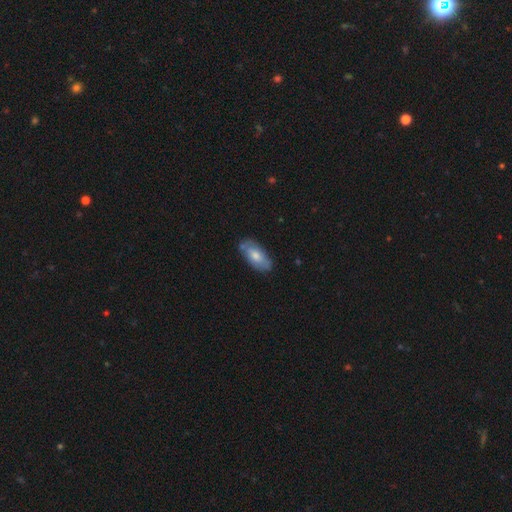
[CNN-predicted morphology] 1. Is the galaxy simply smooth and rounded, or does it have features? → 67% smooth, 27% featured or disk, 6% star or artifact.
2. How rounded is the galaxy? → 91% in between, 7% cigar-shaped, 2% round.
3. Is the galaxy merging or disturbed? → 73% none, 20% minor disturbance, 4% major disturbance, 3% merger.